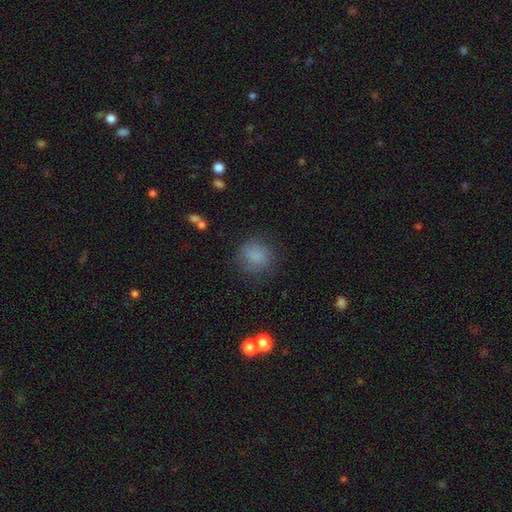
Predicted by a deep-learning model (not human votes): A smooth galaxy with no disk features (82%) that is round (81%). Merging: none (76%).